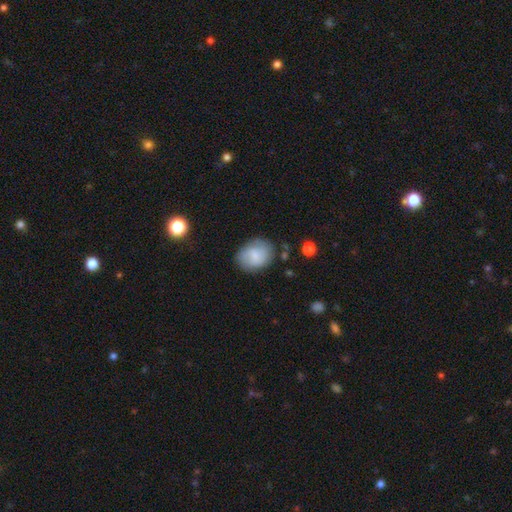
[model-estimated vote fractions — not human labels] The model was most divided on "how rounded": in between: 61%, round: 38%, cigar-shaped: 1%. More confident: smooth or featured — smooth (73%); merging — none (71%).